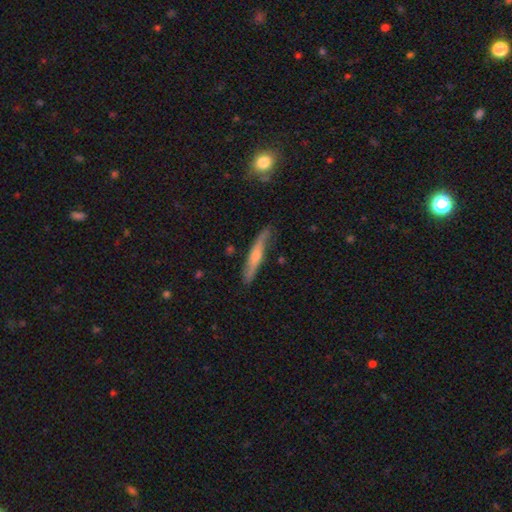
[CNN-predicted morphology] This appears to be a featured or disk galaxy (52%) viewed edge-on (84%). Merging: none (77%).